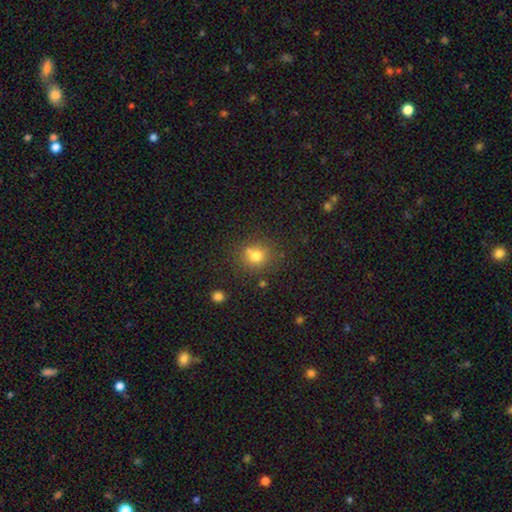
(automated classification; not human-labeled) Smooth or featured: smooth — 75% (star or artifact — 15%)
How rounded: round — 82% (in between — 18%)
Merging: none — 66% (merger — 18%)